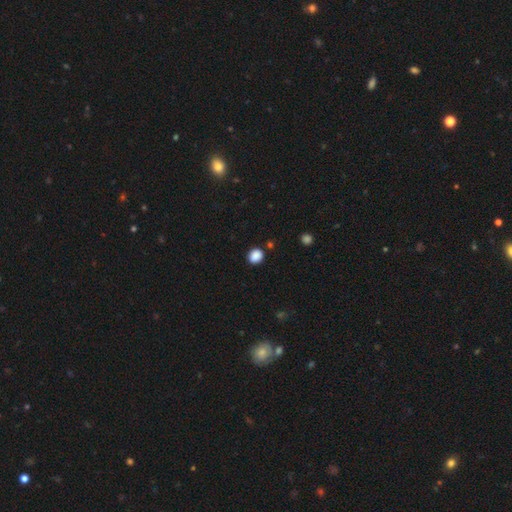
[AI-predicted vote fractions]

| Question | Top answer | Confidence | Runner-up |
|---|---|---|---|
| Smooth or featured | smooth | 87% | star or artifact (10%) |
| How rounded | round | 70% | in between (29%) |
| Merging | none | 85% | minor disturbance (9%) |